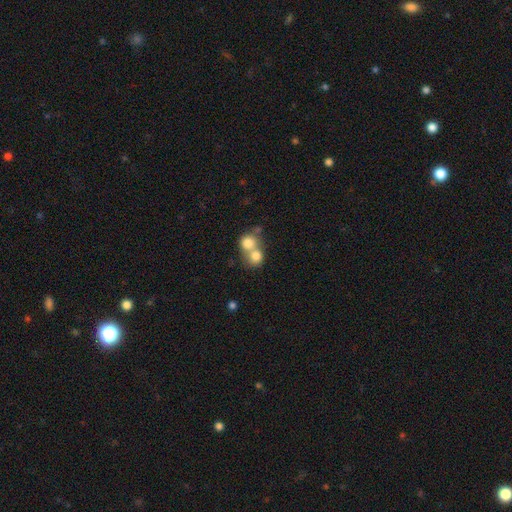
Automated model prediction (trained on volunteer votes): Smooth or featured? smooth (77%)
How rounded? round (77%)
Merging? merger (66%)